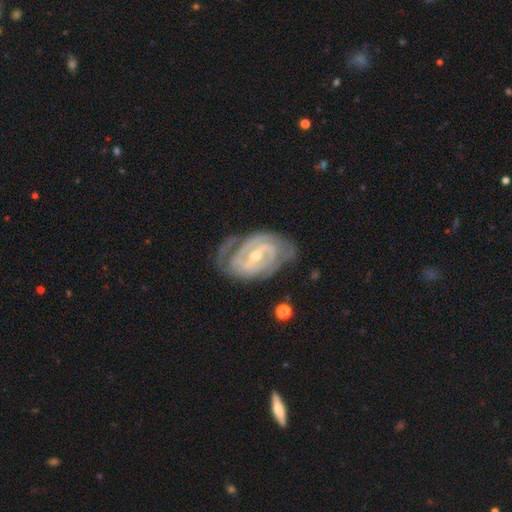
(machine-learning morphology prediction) smooth_or_featured: featured or disk (p=0.91) [alt: smooth p=0.05]
disk_edge_on: no (p=0.96) [alt: yes p=0.04]
bar: strong (p=0.44) [alt: weak p=0.40]
has_spiral_arms: yes (p=0.96) [alt: no p=0.04]
spiral_winding: tight (p=0.66) [alt: medium p=0.28]
spiral_arm_count: 2 (p=0.62) [alt: 3 p=0.15]
bulge_size: small (p=0.49) [alt: moderate p=0.48]
merging: none (p=0.69) [alt: minor disturbance p=0.21]